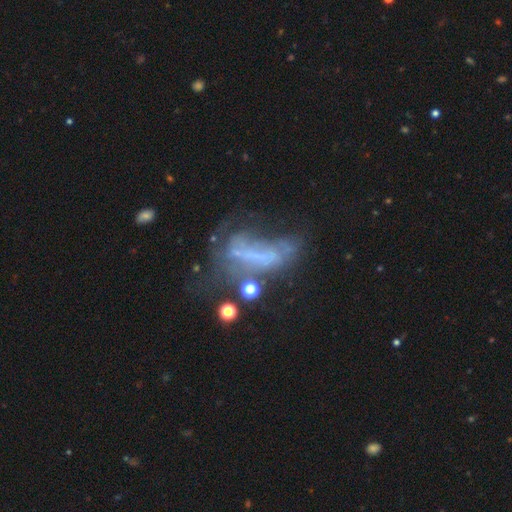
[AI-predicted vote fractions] Smooth or featured? featured or disk (55%)
Edge-on disk? no (87%)
Merging? major disturbance (44%)